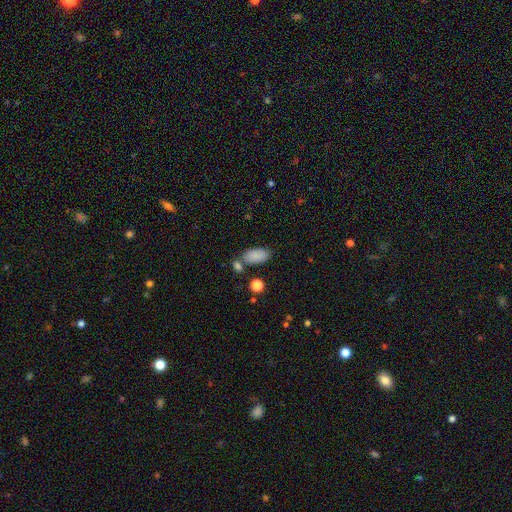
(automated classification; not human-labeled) Q: Smooth or featured?
A: smooth (87%); runner-up: star or artifact (8%)
Q: How rounded?
A: in between (92%); runner-up: cigar-shaped (4%)
Q: Merging?
A: none (69%); runner-up: merger (14%)